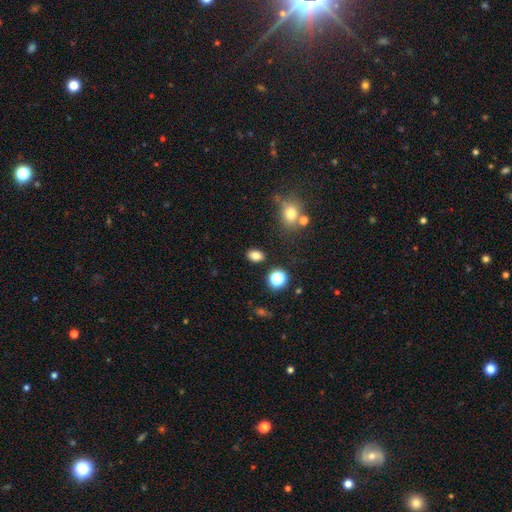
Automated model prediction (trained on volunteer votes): Overall: smooth (80%). How rounded: in between (75%). Merging: none (85%).